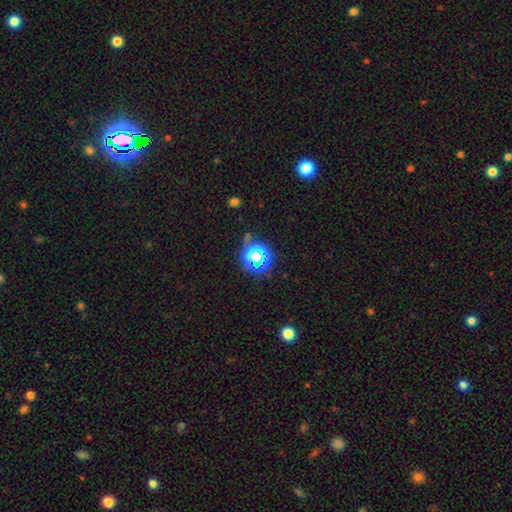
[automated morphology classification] A star or artifact, not a galaxy (65%).

Vote fractions:
- Smooth or featured? star or artifact: 65% / smooth: 25% / featured or disk: 10%